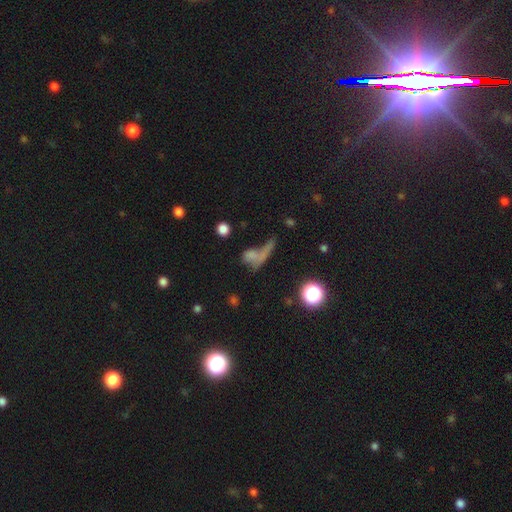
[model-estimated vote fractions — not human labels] A smooth galaxy with no disk features (59%) that is in between round and cigar-shaped (45%).

Vote fractions:
- Smooth or featured? smooth: 59% / featured or disk: 22% / star or artifact: 20%
- How rounded? in between: 45% / round: 32% / cigar-shaped: 22%
- Merging? none: 31% / merger: 27% / major disturbance: 27% / minor disturbance: 15%